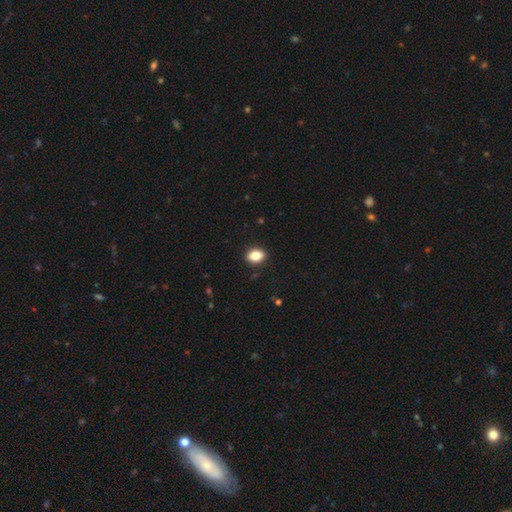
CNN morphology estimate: Smooth or featured?
  - smooth: 85% *
  - star or artifact: 9%
  - featured or disk: 6%
How rounded?
  - in between: 78% *
  - round: 21%
  - cigar-shaped: 2%
Merging?
  - none: 90% *
  - minor disturbance: 8%
  - major disturbance: 2%
  - merger: 1%